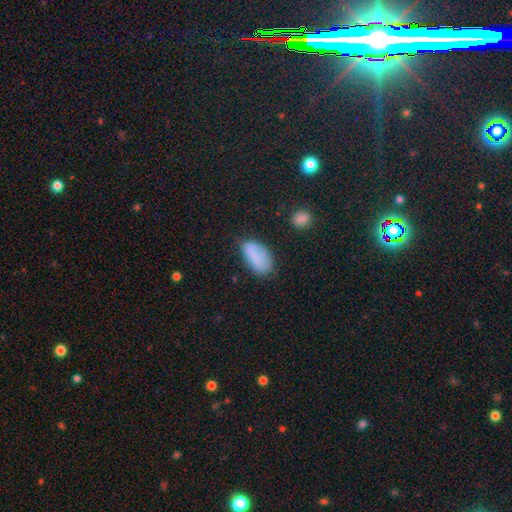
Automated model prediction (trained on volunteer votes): Morphology: type=smooth (80%); roundness=in between (92%); merging=none (66%).